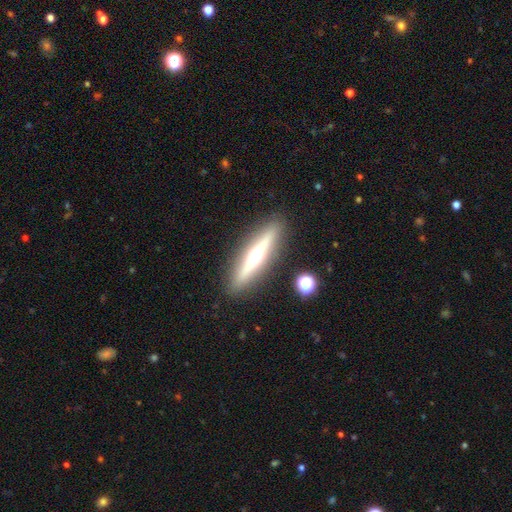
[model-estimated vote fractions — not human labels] Overall: featured or disk (72%). Edge-on disk: yes (96%). Edge-on bulge: rounded (94%). Merging: none (90%).